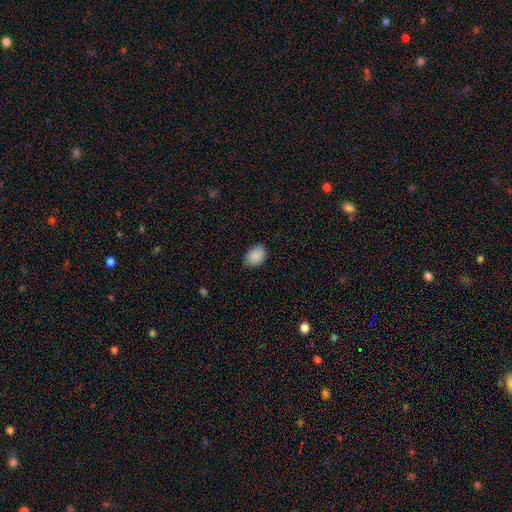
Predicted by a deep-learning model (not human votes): smooth-or-featured: smooth: 89% | star or artifact: 7% | featured or disk: 4%
  how-rounded: in between: 81% | round: 18% | cigar-shaped: 1%
  merging: none: 75% | minor disturbance: 21% | major disturbance: 3% | merger: 1%